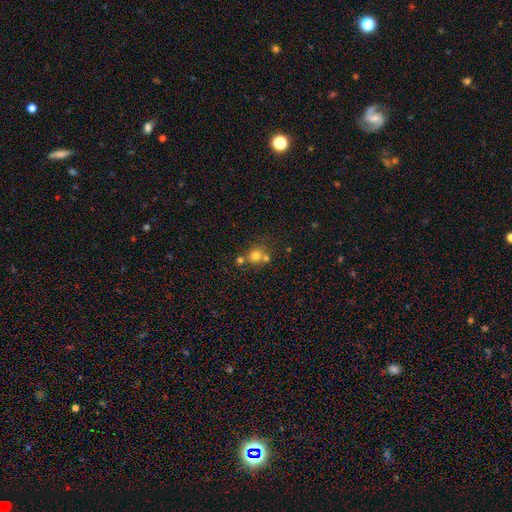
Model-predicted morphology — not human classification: Overall: smooth (74%). How rounded: round (83%). Merging: none (51%; merger 35%).